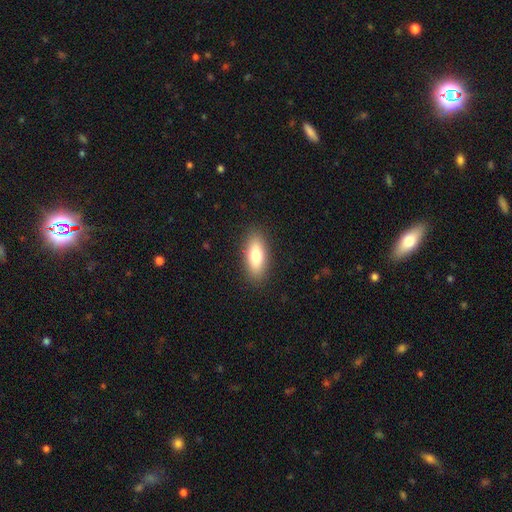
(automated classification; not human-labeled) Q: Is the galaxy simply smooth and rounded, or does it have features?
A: smooth — 76%.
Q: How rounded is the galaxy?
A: in between — 77%.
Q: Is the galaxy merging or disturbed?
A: none — 89%.